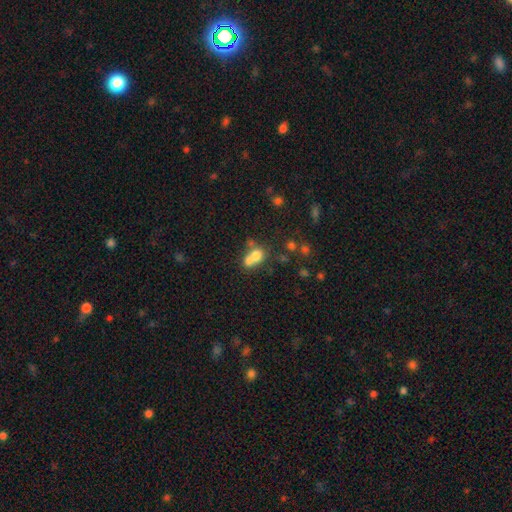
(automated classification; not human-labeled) Smooth or featured: smooth — 69% (featured or disk — 19%)
How rounded: round — 61% (in between — 38%)
Merging: merger — 62% (none — 27%)